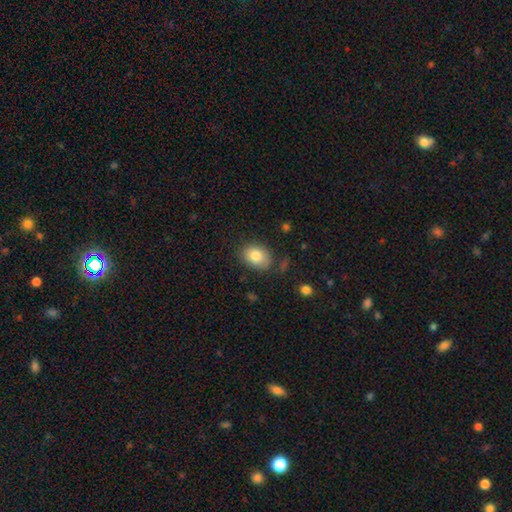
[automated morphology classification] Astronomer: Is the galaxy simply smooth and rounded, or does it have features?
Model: smooth — 83%.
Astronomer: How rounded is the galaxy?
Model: in between — 69%.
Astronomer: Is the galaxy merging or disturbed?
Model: none — 76%.